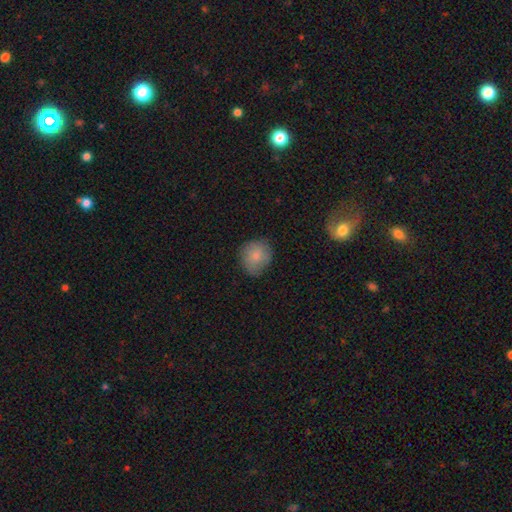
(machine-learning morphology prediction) A smooth galaxy with no disk features (83%) that is round (78%).

Vote fractions:
- Smooth or featured? smooth: 83% / featured or disk: 9% / star or artifact: 8%
- How rounded? round: 78% / in between: 21% / cigar-shaped: 1%
- Merging? none: 74% / minor disturbance: 20% / major disturbance: 4% / merger: 1%